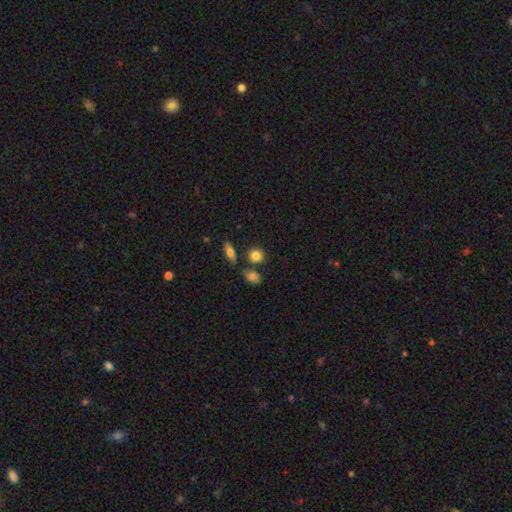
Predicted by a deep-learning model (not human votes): Smooth or featured? smooth (83%)
How rounded? round (74%)
Merging? none (73%)